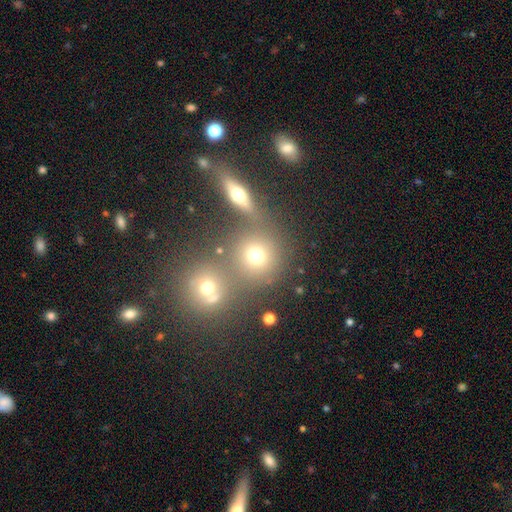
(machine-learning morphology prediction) type=smooth (65%); roundness=round (86%); merging=none (62%).